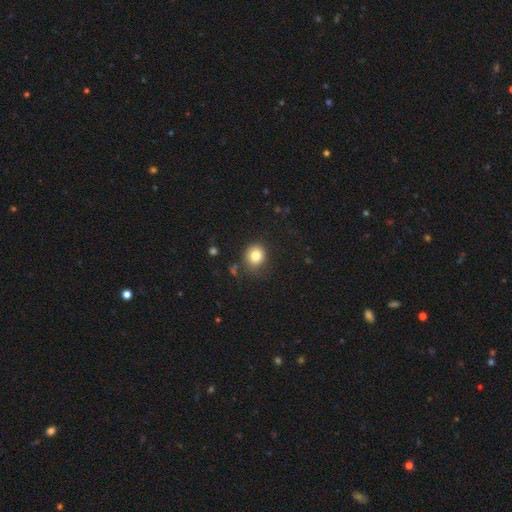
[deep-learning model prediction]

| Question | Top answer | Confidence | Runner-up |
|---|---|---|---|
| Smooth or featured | smooth | 81% | star or artifact (11%) |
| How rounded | round | 75% | in between (24%) |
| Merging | none | 78% | minor disturbance (15%) |